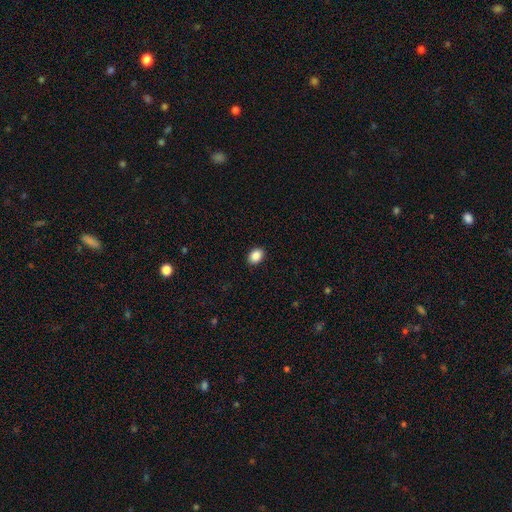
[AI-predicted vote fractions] Q: Smooth or featured?
A: smooth (89%); runner-up: star or artifact (8%)
Q: How rounded?
A: in between (72%); runner-up: round (27%)
Q: Merging?
A: none (91%); runner-up: minor disturbance (7%)